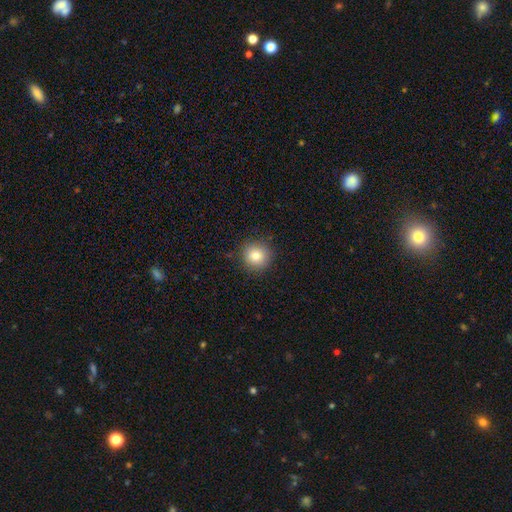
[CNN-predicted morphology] Overall: smooth (82%). How rounded: round (93%). Merging: none (89%).